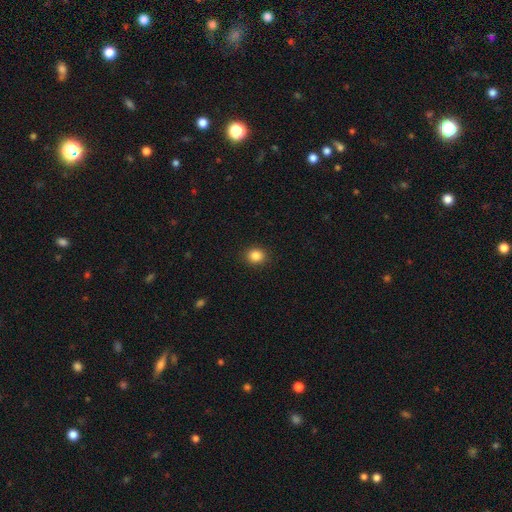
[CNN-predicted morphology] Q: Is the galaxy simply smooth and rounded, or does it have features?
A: smooth — 86%.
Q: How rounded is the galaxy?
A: round — 76%.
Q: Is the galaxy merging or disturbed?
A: none — 91%.